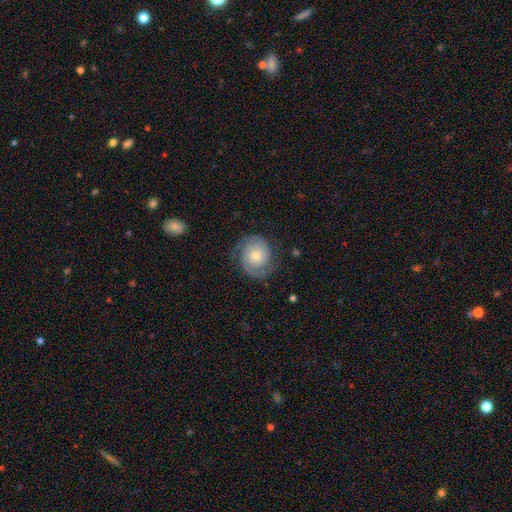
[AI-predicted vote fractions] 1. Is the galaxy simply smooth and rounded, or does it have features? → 85% featured or disk, 10% smooth, 6% star or artifact.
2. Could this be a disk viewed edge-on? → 98% no, 2% yes.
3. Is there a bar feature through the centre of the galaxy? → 74% no, 22% weak, 4% strong.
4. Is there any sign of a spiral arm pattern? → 97% yes, 3% no.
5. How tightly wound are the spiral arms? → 64% tight, 30% medium, 6% loose.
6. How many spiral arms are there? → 90% 2, 4% can't tell, 2% 3, 1% 1, 1% 4, 1% more than 4.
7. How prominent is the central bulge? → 58% moderate, 35% small, 4% large, 2% none, 1% dominant.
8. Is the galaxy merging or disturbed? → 80% none, 14% minor disturbance, 5% major disturbance, 1% merger.